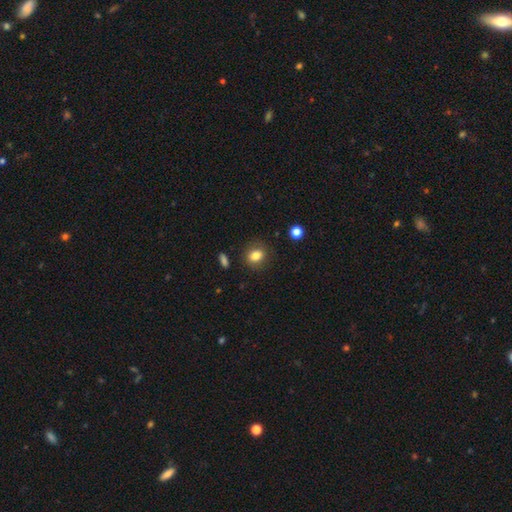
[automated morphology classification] smooth_or_featured: smooth (p=0.82) [alt: star or artifact p=0.10]
how_rounded: round (p=0.50) [alt: in between p=0.48]
merging: none (p=0.82) [alt: minor disturbance p=0.12]